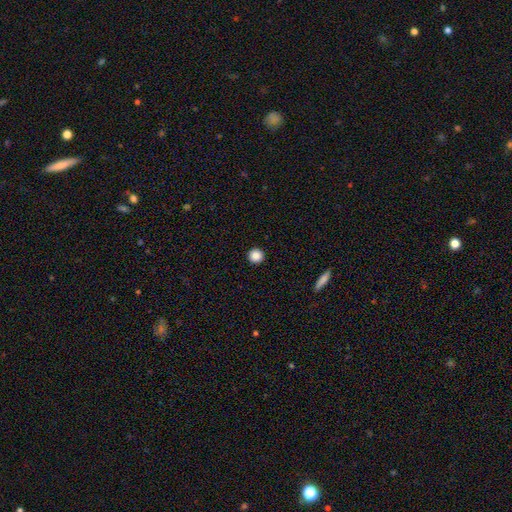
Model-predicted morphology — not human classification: smooth_or_featured: smooth (p=0.88) [alt: star or artifact p=0.10]
how_rounded: round (p=0.95) [alt: in between p=0.04]
merging: none (p=0.94) [alt: minor disturbance p=0.04]